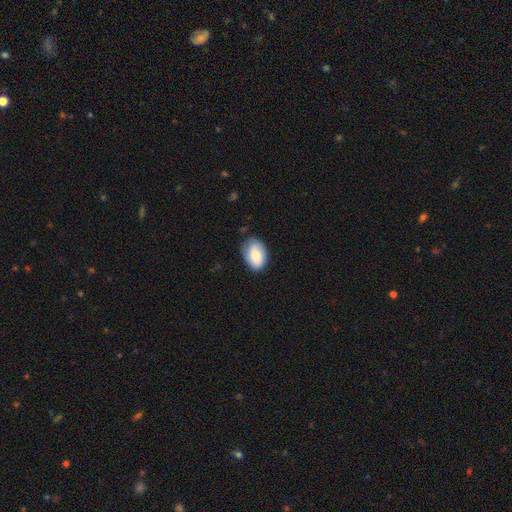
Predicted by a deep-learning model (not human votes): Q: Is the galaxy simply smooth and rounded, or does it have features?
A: smooth — 76%.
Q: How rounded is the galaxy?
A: in between — 87%.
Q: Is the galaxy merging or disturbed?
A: none — 71%.